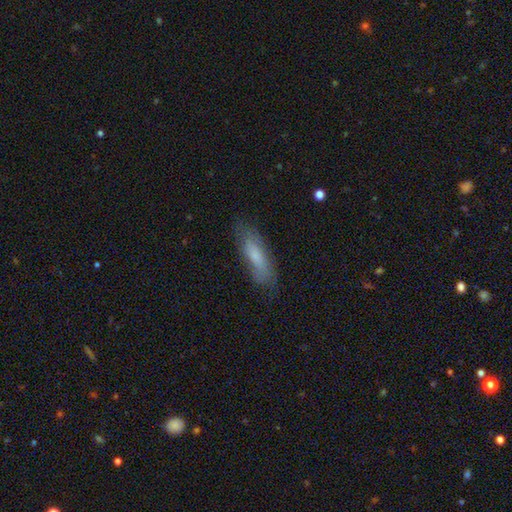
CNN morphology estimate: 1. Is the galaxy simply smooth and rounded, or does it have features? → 69% smooth, 24% featured or disk, 7% star or artifact.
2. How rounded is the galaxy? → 57% cigar-shaped, 41% in between, 2% round.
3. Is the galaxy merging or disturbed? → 74% none, 19% minor disturbance, 5% major disturbance, 1% merger.